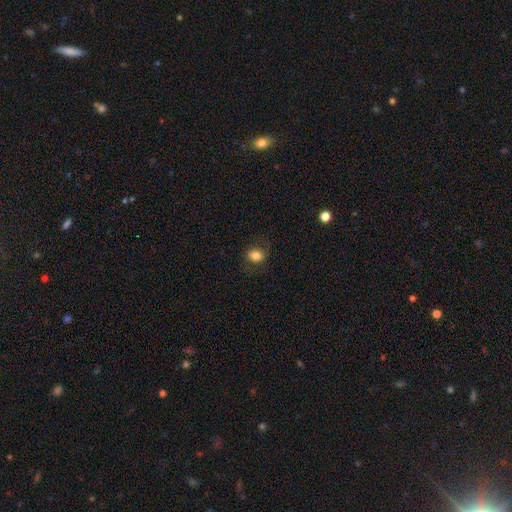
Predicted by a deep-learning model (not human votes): Smooth or featured? smooth (77%)
How rounded? round (52%)
Merging? none (76%)